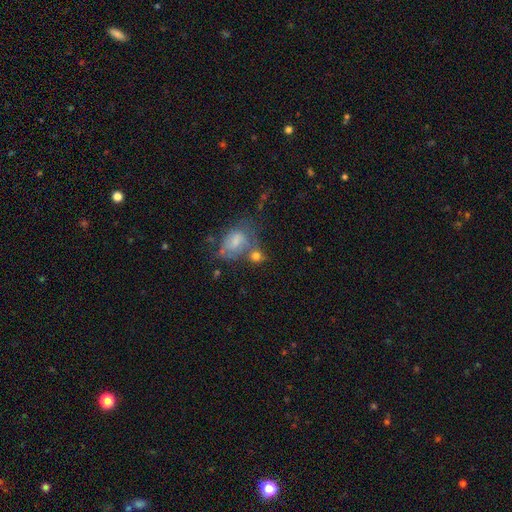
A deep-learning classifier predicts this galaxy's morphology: This is likely a smooth galaxy (62%). How rounded: possibly round (51%). Merging: marginally none (44%).